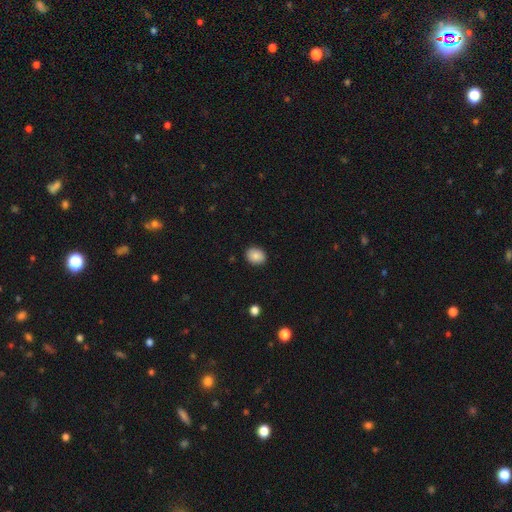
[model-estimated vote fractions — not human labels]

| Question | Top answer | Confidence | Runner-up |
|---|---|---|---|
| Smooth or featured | smooth | 86% | star or artifact (8%) |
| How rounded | round | 51% | in between (48%) |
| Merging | none | 89% | minor disturbance (8%) |